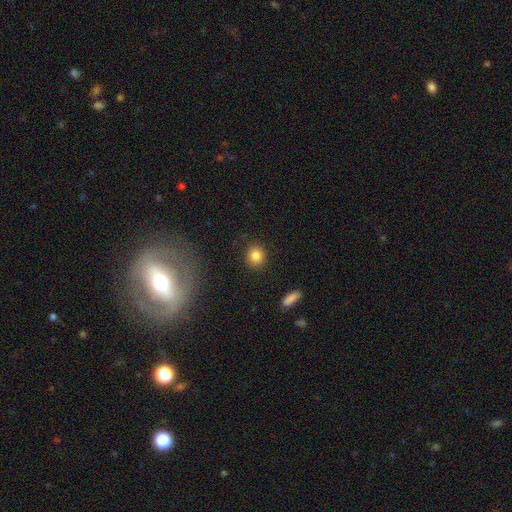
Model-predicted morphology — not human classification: Smooth or featured? smooth (85%)
How rounded? round (80%)
Merging? none (88%)